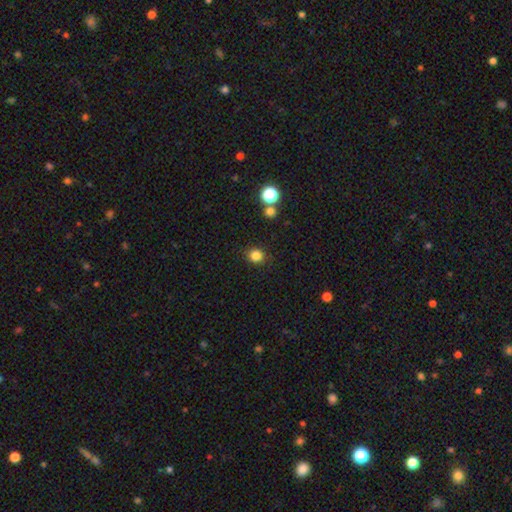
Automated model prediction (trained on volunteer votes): Smooth or featured?
  - smooth: 83% *
  - star or artifact: 13%
  - featured or disk: 4%
How rounded?
  - round: 82% *
  - in between: 17%
  - cigar-shaped: 1%
Merging?
  - none: 88% *
  - minor disturbance: 8%
  - major disturbance: 2%
  - merger: 2%